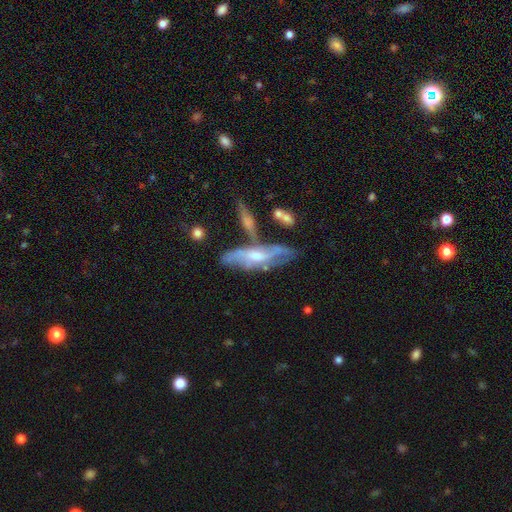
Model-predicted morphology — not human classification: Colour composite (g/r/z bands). It shows a featured or disk galaxy (71%). Merging: none (46%).